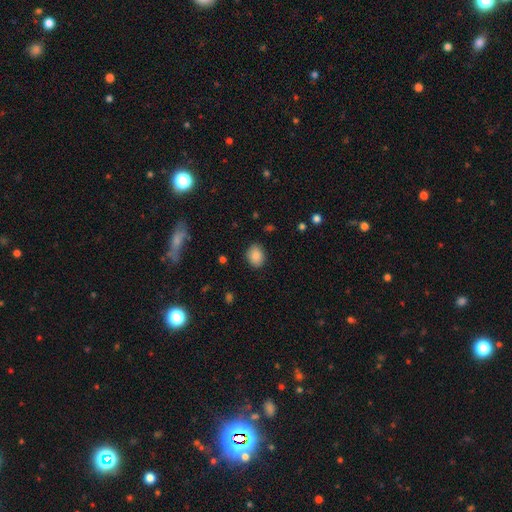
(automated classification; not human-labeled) This is clearly a smooth galaxy (86%). How rounded: possibly in between (55%). Merging: clearly none (85%).